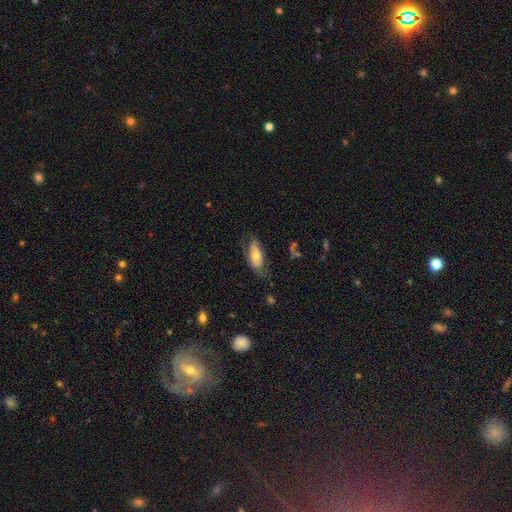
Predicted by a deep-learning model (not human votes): A smooth galaxy with no disk features (54%) that is in between round and cigar-shaped (83%).

Vote fractions:
- Smooth or featured? smooth: 54% / featured or disk: 39% / star or artifact: 7%
- How rounded? in between: 83% / cigar-shaped: 14% / round: 3%
- Merging? none: 60% / minor disturbance: 25% / major disturbance: 13% / merger: 2%